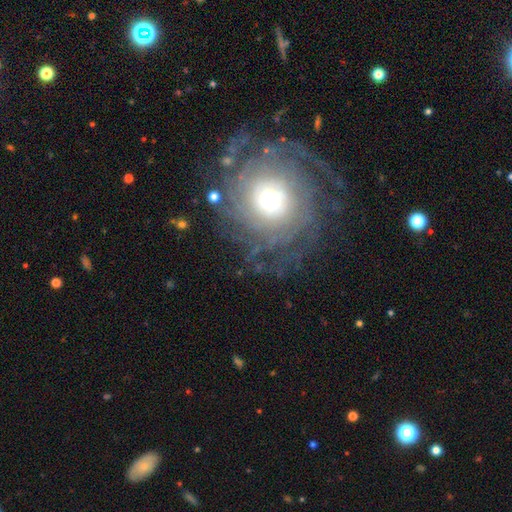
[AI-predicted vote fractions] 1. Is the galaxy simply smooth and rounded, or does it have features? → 76% featured or disk, 13% smooth, 11% star or artifact.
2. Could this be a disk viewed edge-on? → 97% no, 3% yes.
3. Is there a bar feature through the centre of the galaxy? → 79% no, 16% weak, 5% strong.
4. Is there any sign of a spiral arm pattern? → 90% yes, 10% no.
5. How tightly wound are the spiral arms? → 76% tight, 18% medium, 6% loose.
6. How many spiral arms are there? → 39% can't tell, 18% more than 4, 13% 4, 12% 3, 11% 2, 8% 1.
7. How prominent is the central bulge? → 55% moderate, 30% large, 11% small, 3% dominant, 1% none.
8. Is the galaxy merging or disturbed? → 79% none, 11% minor disturbance, 8% major disturbance, 2% merger.